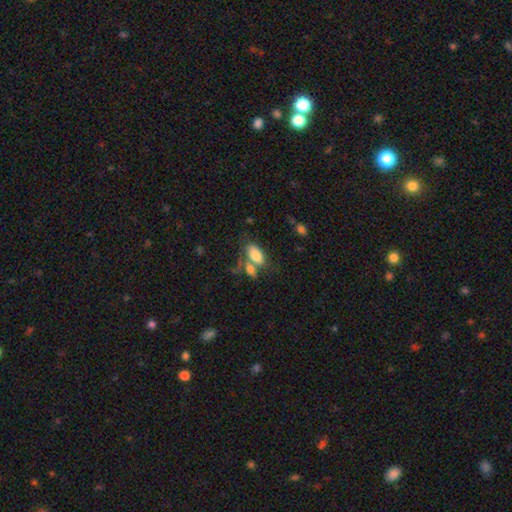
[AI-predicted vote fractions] smooth_or_featured: smooth (p=0.77) [alt: featured or disk p=0.16]
how_rounded: in between (p=0.89) [alt: cigar-shaped p=0.08]
merging: none (p=0.43) [alt: merger p=0.37]